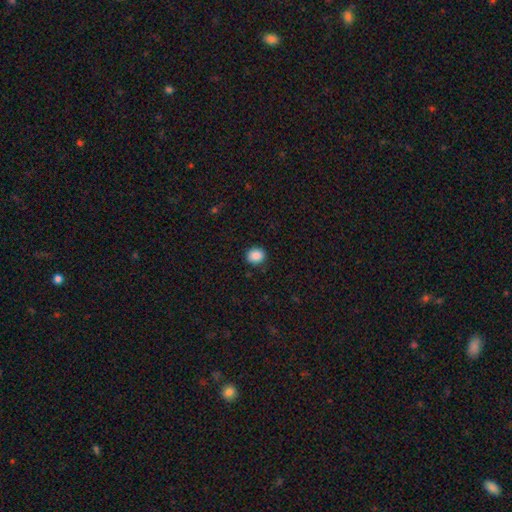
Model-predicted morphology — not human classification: Smooth or featured?
  - smooth: 88% *
  - star or artifact: 9%
  - featured or disk: 3%
How rounded?
  - round: 75% *
  - in between: 24%
  - cigar-shaped: 1%
Merging?
  - none: 89% *
  - minor disturbance: 7%
  - major disturbance: 2%
  - merger: 1%